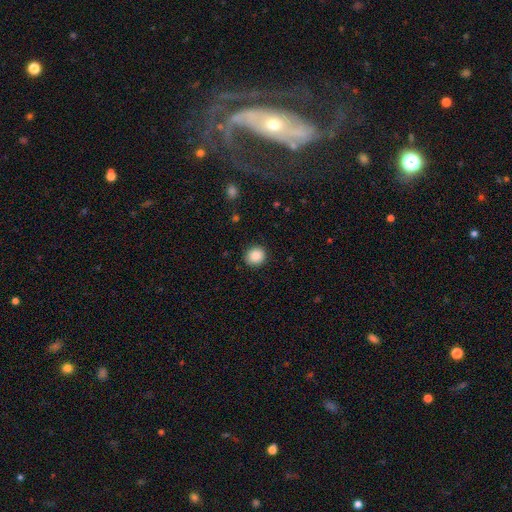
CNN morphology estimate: smooth-or-featured: smooth: 88% | star or artifact: 9% | featured or disk: 3%
  how-rounded: round: 85% | in between: 14% | cigar-shaped: 1%
  merging: none: 90% | minor disturbance: 7% | major disturbance: 2% | merger: 1%